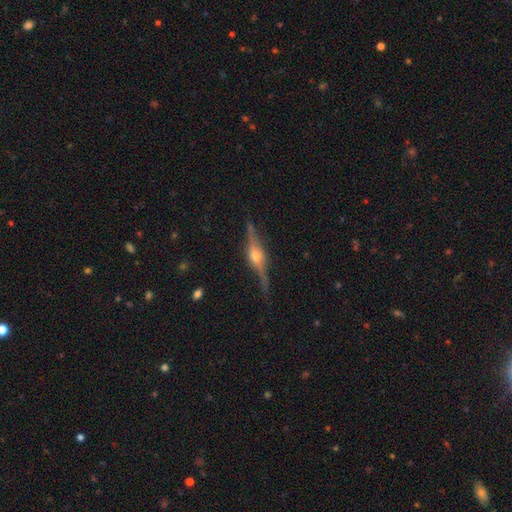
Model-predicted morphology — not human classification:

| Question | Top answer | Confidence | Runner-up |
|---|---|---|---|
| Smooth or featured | featured or disk | 86% | smooth (8%) |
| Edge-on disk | yes | 97% | no (3%) |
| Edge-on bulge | rounded | 90% | boxy (8%) |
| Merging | none | 85% | minor disturbance (11%) |